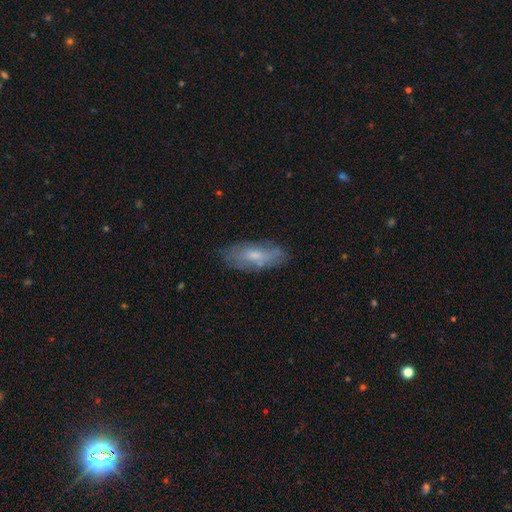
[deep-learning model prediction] Smooth or featured? Predicted: smooth (p=0.59). How rounded? Predicted: in between (p=0.72). Merging? Predicted: none (p=0.71).